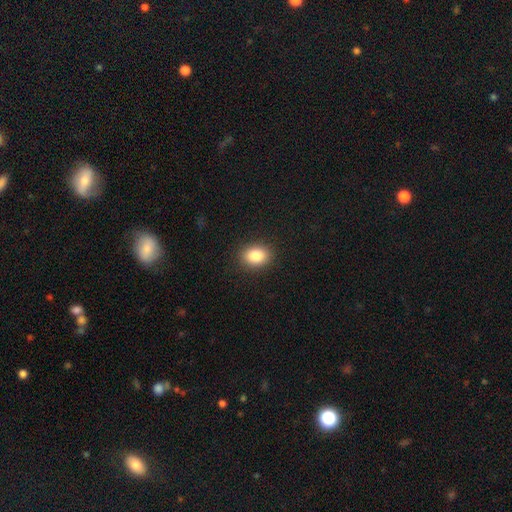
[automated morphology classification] Overall: smooth (85%). How rounded: in between (67%; round 32%). Merging: none (89%).